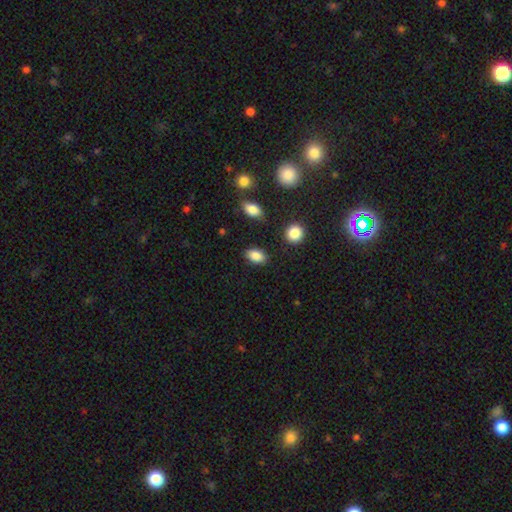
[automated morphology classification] A smooth galaxy with no disk features (87%) that is in between round and cigar-shaped (88%). Merging: none (84%).